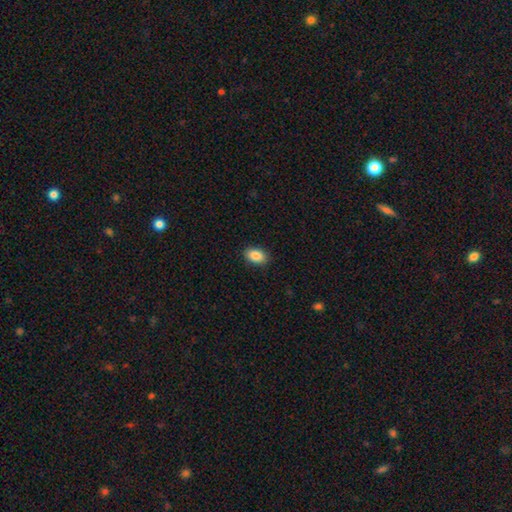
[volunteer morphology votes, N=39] smooth-or-featured: smooth: 90% | star or artifact: 10% | featured or disk: 0%
  how-rounded: in between: 86% | round: 14% | cigar-shaped: 0%
  merging: none: 89% | major disturbance: 6% | minor disturbance: 3% | merger: 3%